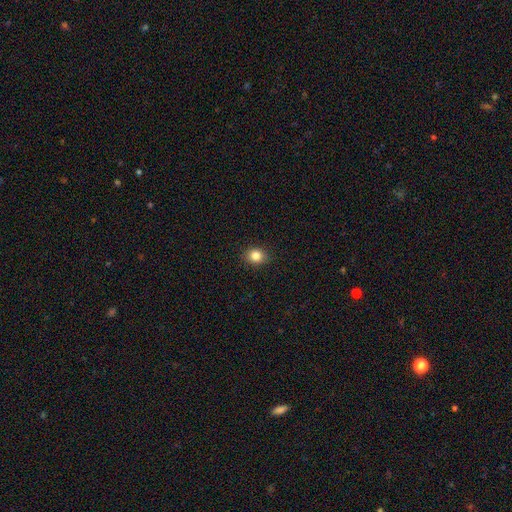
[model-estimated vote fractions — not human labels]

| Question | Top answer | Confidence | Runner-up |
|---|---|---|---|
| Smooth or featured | smooth | 85% | star or artifact (10%) |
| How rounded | round | 62% | in between (37%) |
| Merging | none | 89% | minor disturbance (8%) |